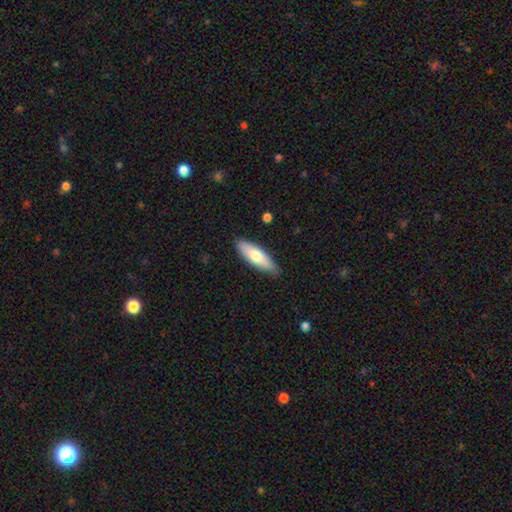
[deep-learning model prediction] This appears to be a smooth galaxy with no disk features (70%) that is in between round and cigar-shaped (52%). Merging: none (83%).